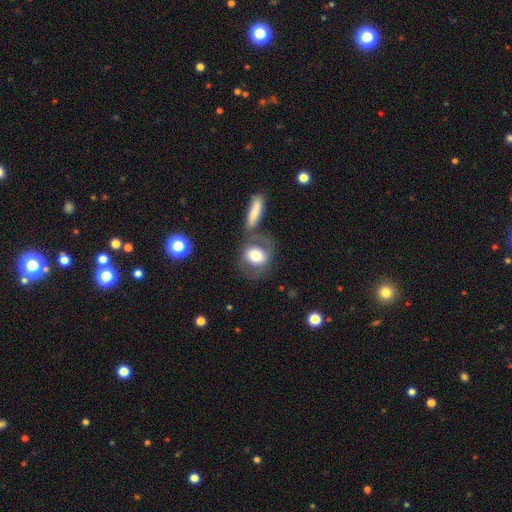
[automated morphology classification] smooth_or_featured: smooth (p=0.65) [alt: featured or disk p=0.27]
how_rounded: round (p=0.57) [alt: in between p=0.41]
merging: none (p=0.50) [alt: merger p=0.22]